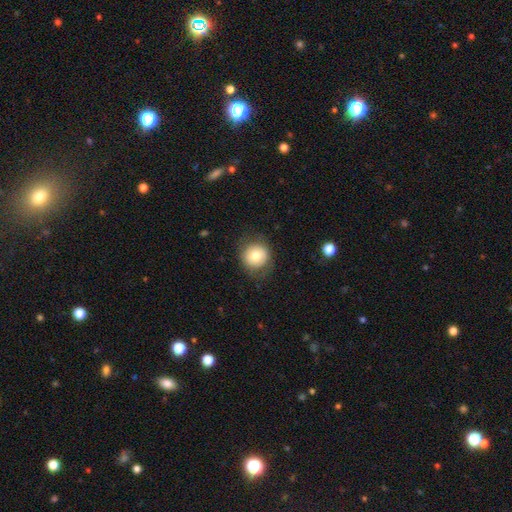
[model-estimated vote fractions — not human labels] Smooth or featured: smooth — 71% (featured or disk — 20%)
How rounded: round — 91% (in between — 8%)
Merging: none — 81% (minor disturbance — 12%)